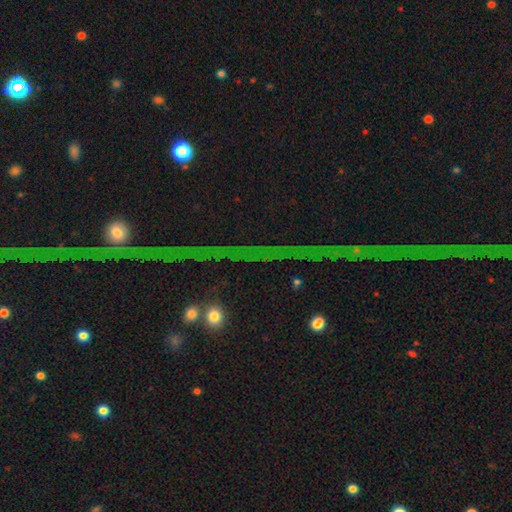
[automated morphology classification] type=star or artifact (71%).